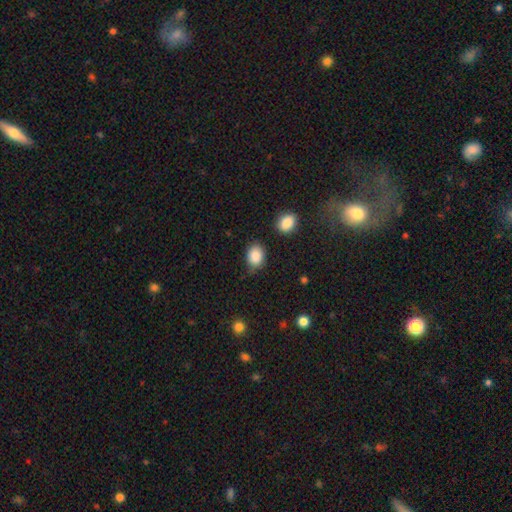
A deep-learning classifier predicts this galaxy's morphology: This appears to be a smooth galaxy with no disk features (88%) that is in between round and cigar-shaped (66%). Merging: none (70%).